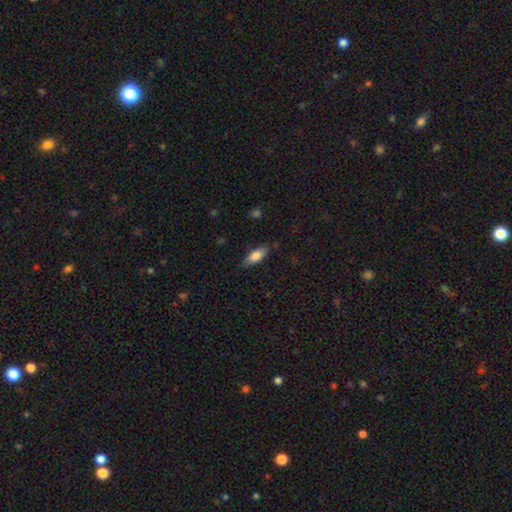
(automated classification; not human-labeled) Morphology: type=smooth (76%); roundness=in between (76%); merging=none (82%).